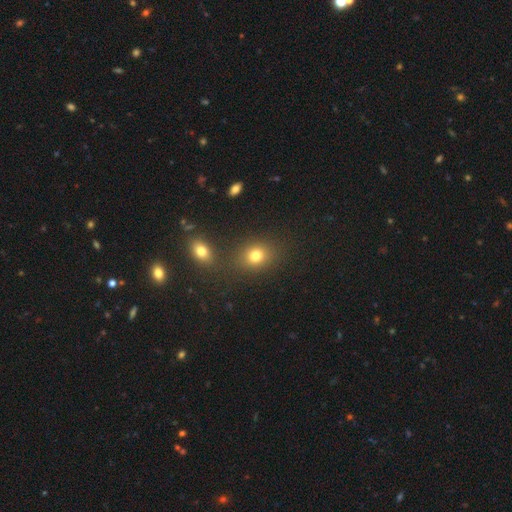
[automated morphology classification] Smooth or featured? smooth (78%)
How rounded? round (59%)
Merging? none (75%)